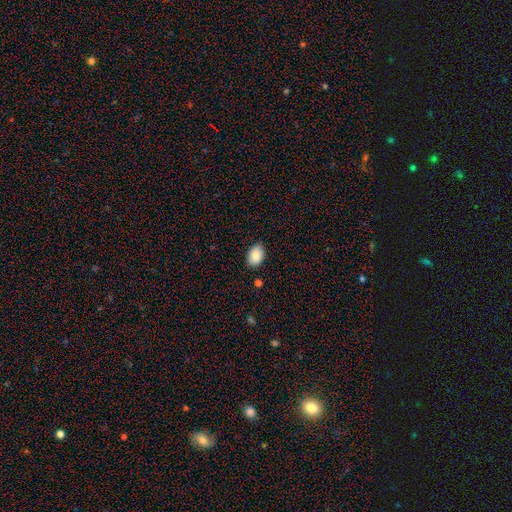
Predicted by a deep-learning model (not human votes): smooth-or-featured: smooth: 87% | star or artifact: 7% | featured or disk: 6%
  how-rounded: in between: 87% | round: 12% | cigar-shaped: 1%
  merging: none: 87% | minor disturbance: 10% | major disturbance: 2% | merger: 1%